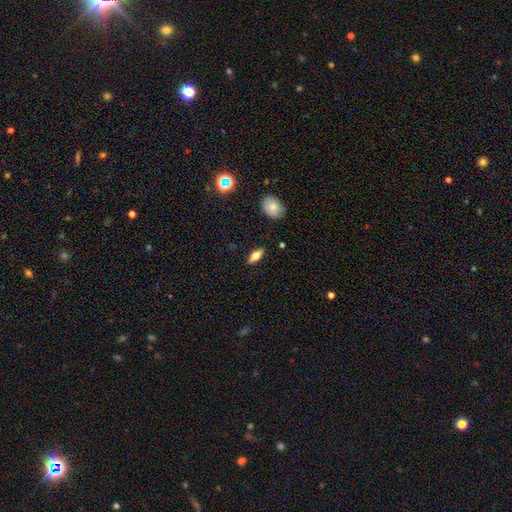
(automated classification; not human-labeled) smooth_or_featured: smooth (p=0.59) [alt: featured or disk p=0.32]
how_rounded: in between (p=0.73) [alt: cigar-shaped p=0.23]
merging: none (p=0.88) [alt: minor disturbance p=0.09]